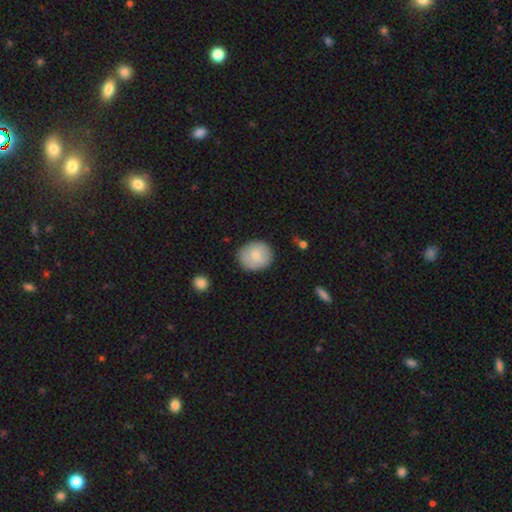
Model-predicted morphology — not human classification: This appears to be a smooth galaxy with no disk features (78%) that is round (83%). Merging: none (82%).